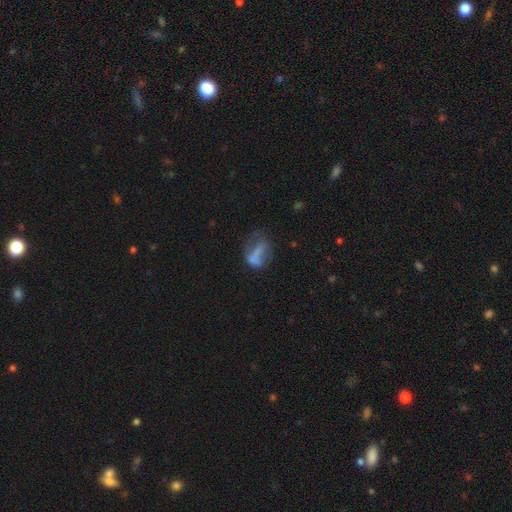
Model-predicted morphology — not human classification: Overall: smooth (56%; featured or disk 31%). How rounded: in between (73%). Merging: major disturbance (37%; none 29%).